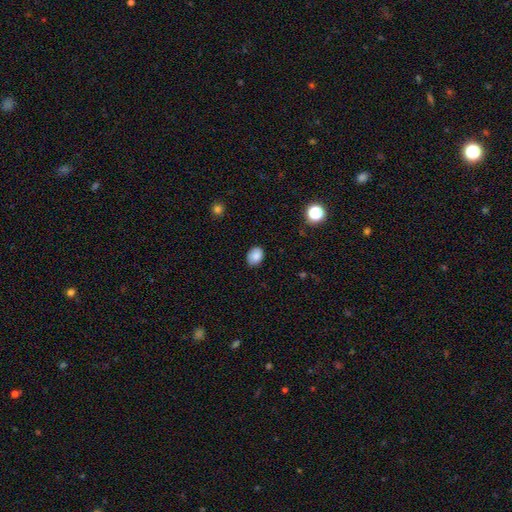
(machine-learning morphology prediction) Overall: smooth (84%). How rounded: in between (64%; round 35%). Merging: none (82%).